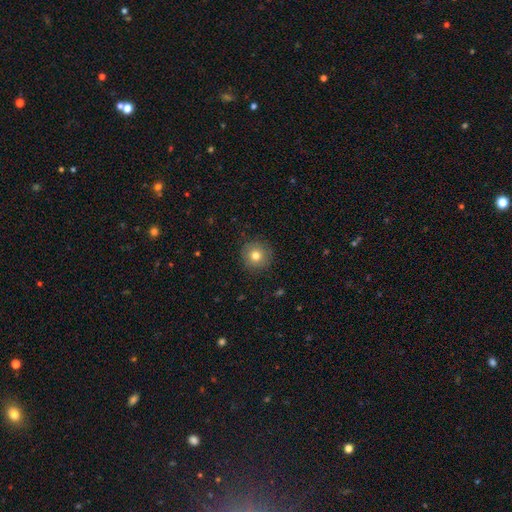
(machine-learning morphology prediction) smooth-or-featured: smooth: 77% | featured or disk: 12% | star or artifact: 11%
  how-rounded: round: 94% | in between: 5% | cigar-shaped: 1%
  merging: none: 89% | minor disturbance: 8% | major disturbance: 2% | merger: 1%